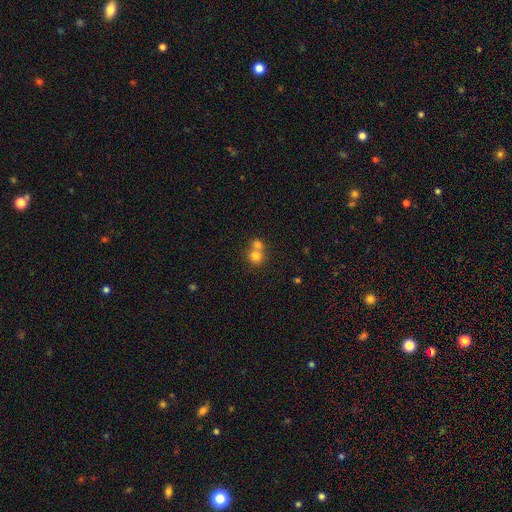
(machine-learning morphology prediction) Q: Smooth or featured?
A: smooth (76%); runner-up: featured or disk (13%)
Q: How rounded?
A: round (85%); runner-up: in between (14%)
Q: Merging?
A: merger (56%); runner-up: none (36%)